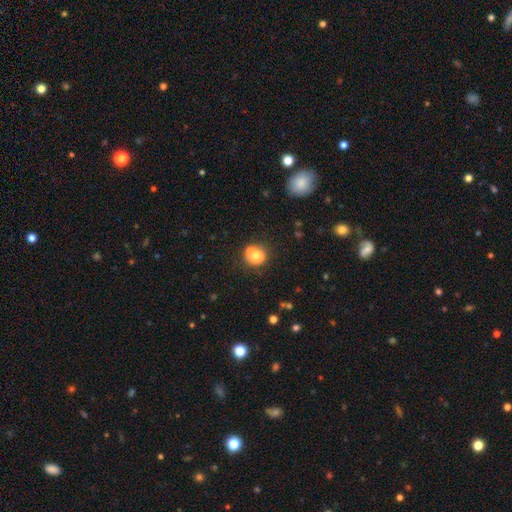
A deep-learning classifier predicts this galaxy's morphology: Q: Smooth or featured?
A: smooth (62%); runner-up: featured or disk (29%)
Q: How rounded?
A: round (79%); runner-up: in between (20%)
Q: Merging?
A: none (49%); runner-up: merger (28%)